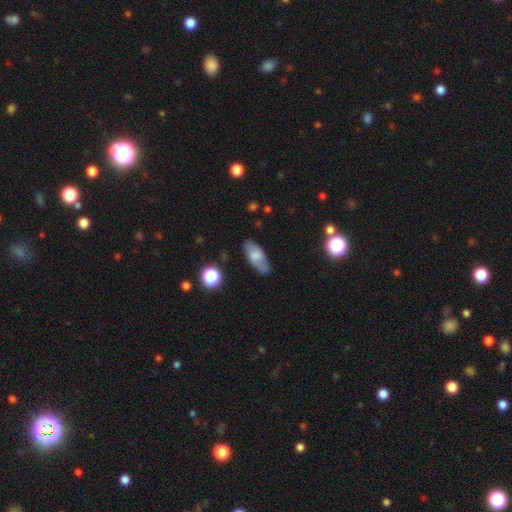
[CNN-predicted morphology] A smooth galaxy with no disk features (64%) that is in between round and cigar-shaped (87%). Merging: none (75%).